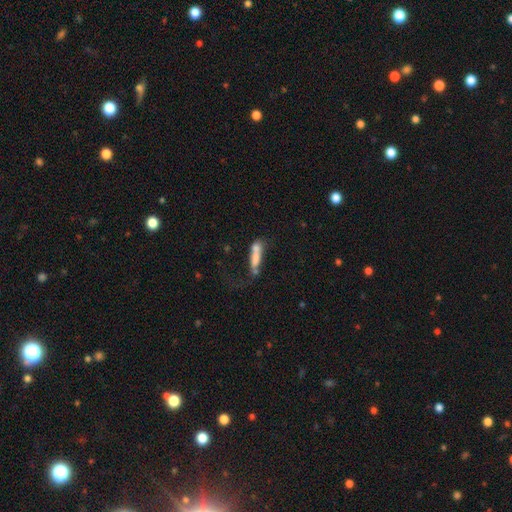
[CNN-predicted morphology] This appears to be a smooth galaxy with no disk features (66%) that is cigar-shaped (73%). Merging: none (31%).